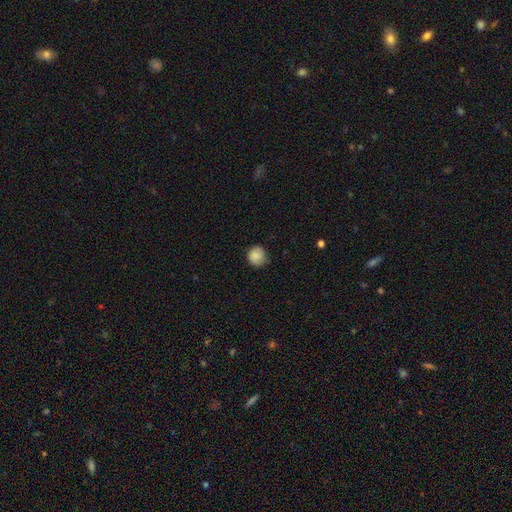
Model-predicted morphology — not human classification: A smooth galaxy with no disk features (87%) that is round (88%).

Vote fractions:
- Smooth or featured? smooth: 87% / star or artifact: 8% / featured or disk: 5%
- How rounded? round: 88% / in between: 11% / cigar-shaped: 1%
- Merging? none: 77% / minor disturbance: 18% / major disturbance: 3% / merger: 1%